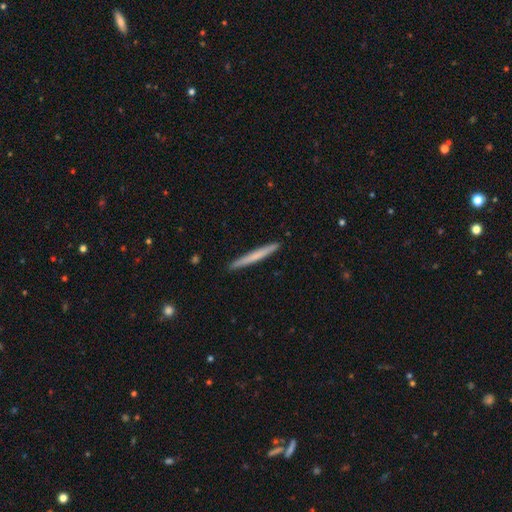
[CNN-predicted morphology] Q: Smooth or featured?
A: smooth (60%); runner-up: featured or disk (35%)
Q: How rounded?
A: cigar-shaped (97%); runner-up: in between (2%)
Q: Merging?
A: none (92%); runner-up: minor disturbance (6%)